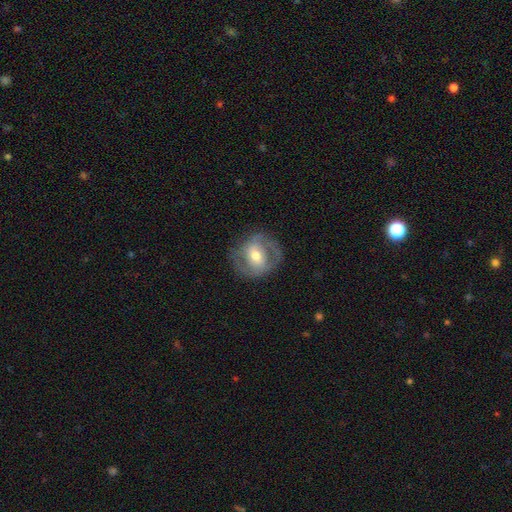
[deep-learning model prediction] A featured or disk galaxy (67%) with a weak bar (40%), spiral arms (73%) and a moderate central bulge (70%).

Vote fractions:
- Smooth or featured? featured or disk: 67% / smooth: 27% / star or artifact: 6%
- Edge-on disk? no: 96% / yes: 4%
- Bar? weak: 40% / no: 37% / strong: 23%
- Spiral arms? yes: 73% / no: 27%
- Bulge size? moderate: 70% / small: 18% / large: 9% / none: 1% / dominant: 1%
- Merging? none: 72% / minor disturbance: 16% / major disturbance: 10% / merger: 1%